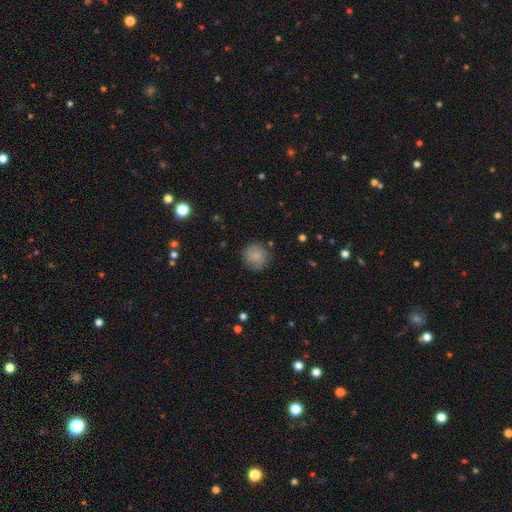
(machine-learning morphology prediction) This is clearly a smooth galaxy (81%). How rounded: clearly round (91%). Merging: clearly none (81%).